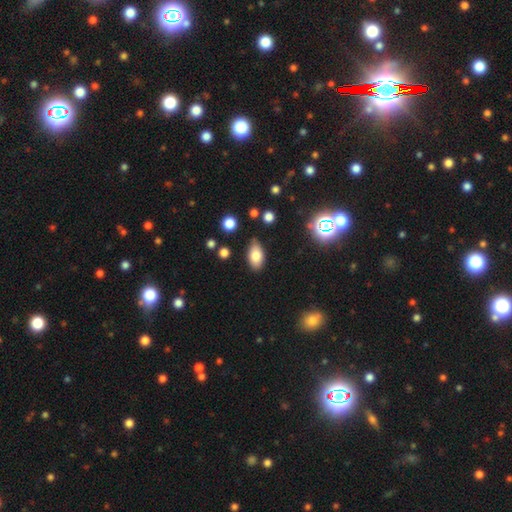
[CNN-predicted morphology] This is likely a smooth galaxy (79%). How rounded: clearly in between (91%). Merging: clearly none (80%).